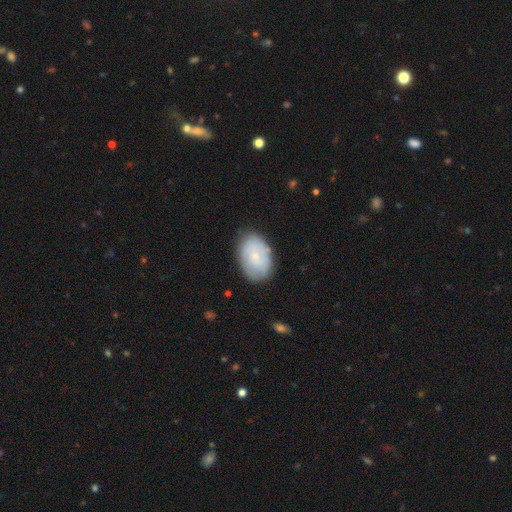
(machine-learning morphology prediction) Overall: smooth (59%; featured or disk 35%). How rounded: in between (86%). Merging: none (78%).